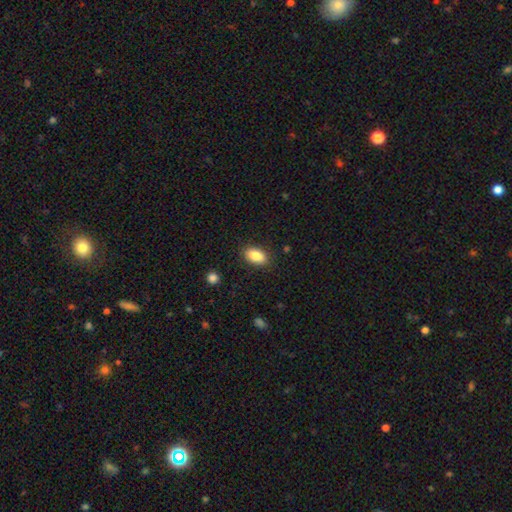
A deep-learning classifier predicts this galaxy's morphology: Smooth or featured? smooth (86%)
How rounded? in between (91%)
Merging? none (87%)